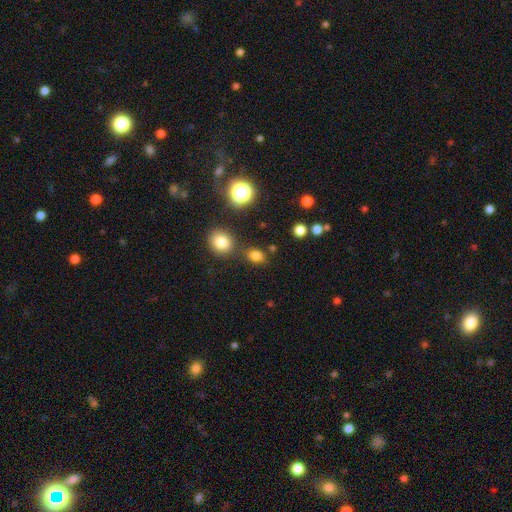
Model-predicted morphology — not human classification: smooth_or_featured: smooth (p=0.77) [alt: star or artifact p=0.18]
how_rounded: in between (p=0.55) [alt: round p=0.43]
merging: none (p=0.74) [alt: minor disturbance p=0.12]